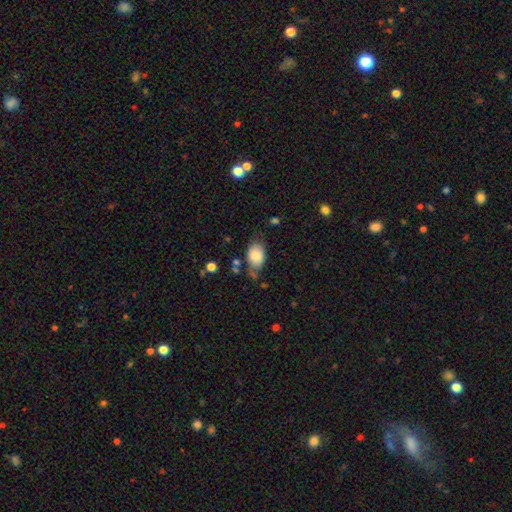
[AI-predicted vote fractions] smooth-or-featured: smooth: 84% | featured or disk: 8% | star or artifact: 7%
  how-rounded: in between: 84% | round: 15% | cigar-shaped: 1%
  merging: none: 62% | minor disturbance: 25% | major disturbance: 7% | merger: 5%